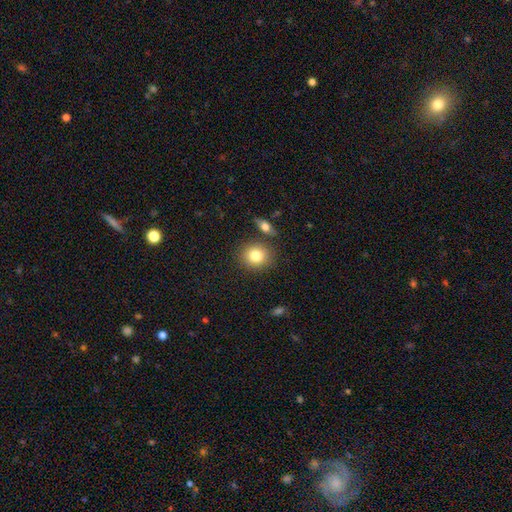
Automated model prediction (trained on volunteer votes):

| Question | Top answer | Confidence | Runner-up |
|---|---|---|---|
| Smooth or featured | smooth | 81% | featured or disk (10%) |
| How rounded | round | 77% | in between (22%) |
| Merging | none | 81% | minor disturbance (9%) |